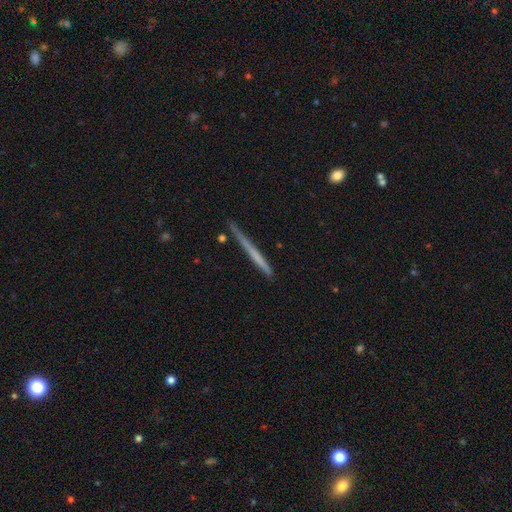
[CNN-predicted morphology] Smooth or featured: smooth — 49% (featured or disk — 45%)
Merging: none — 82% (minor disturbance — 13%)